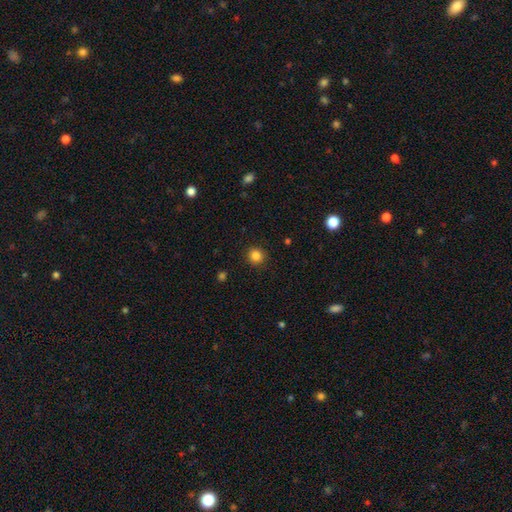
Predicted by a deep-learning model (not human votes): Overall: smooth (84%). How rounded: round (92%). Merging: none (91%).